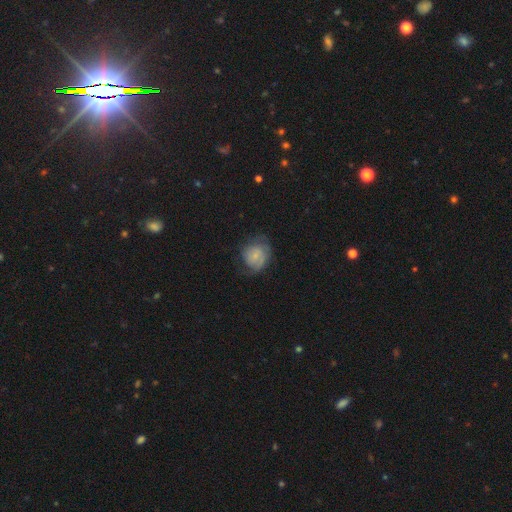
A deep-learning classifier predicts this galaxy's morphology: Smooth or featured?
  - smooth: 56% *
  - featured or disk: 36%
  - star or artifact: 8%
How rounded?
  - round: 69% *
  - in between: 30%
  - cigar-shaped: 1%
Merging?
  - none: 50% *
  - minor disturbance: 29%
  - major disturbance: 20%
  - merger: 1%